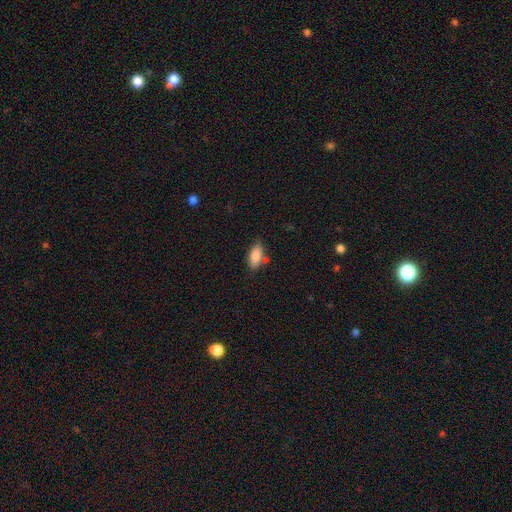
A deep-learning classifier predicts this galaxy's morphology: smooth-or-featured: smooth: 86% | featured or disk: 7% | star or artifact: 7%
  how-rounded: in between: 87% | cigar-shaped: 11% | round: 3%
  merging: none: 72% | minor disturbance: 16% | merger: 8% | major disturbance: 4%